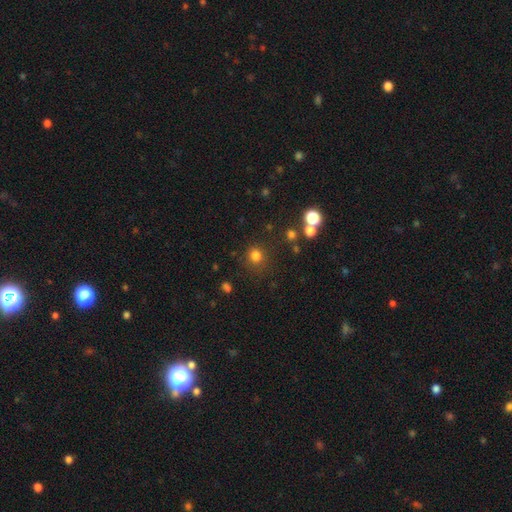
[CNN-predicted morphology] Smooth or featured?
  - smooth: 79% *
  - star or artifact: 16%
  - featured or disk: 5%
How rounded?
  - round: 88% *
  - in between: 11%
  - cigar-shaped: 1%
Merging?
  - none: 83% *
  - minor disturbance: 10%
  - major disturbance: 4%
  - merger: 4%